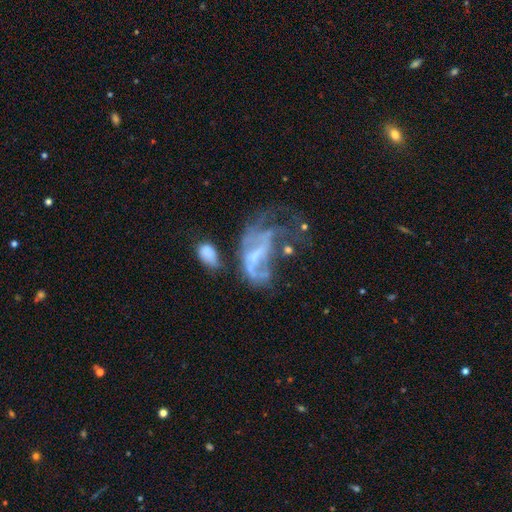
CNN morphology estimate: Smooth or featured? Predicted: featured or disk (p=0.67). Edge-on disk? Predicted: no (p=0.95). Bar? Predicted: no (p=0.53). Spiral arms? Predicted: no (p=0.59). Bulge size? Predicted: none (p=0.45). Merging? Predicted: major disturbance (p=0.48).